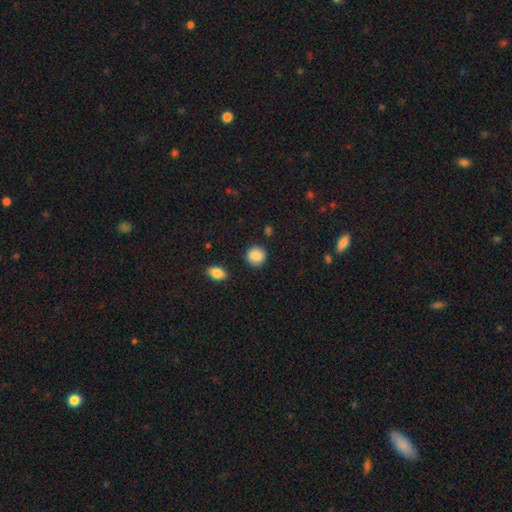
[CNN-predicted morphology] A smooth galaxy with no disk features (88%) that is round (85%). Merging: none (87%).